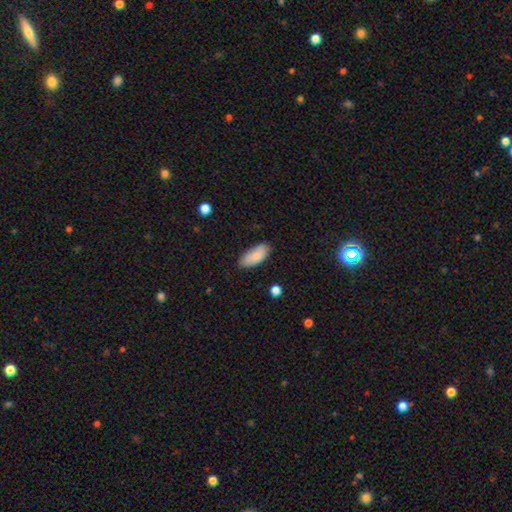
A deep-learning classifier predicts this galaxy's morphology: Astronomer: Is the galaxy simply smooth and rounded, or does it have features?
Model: smooth — 81%.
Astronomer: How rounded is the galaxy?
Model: in between — 91%.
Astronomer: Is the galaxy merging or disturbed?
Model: none — 75%.